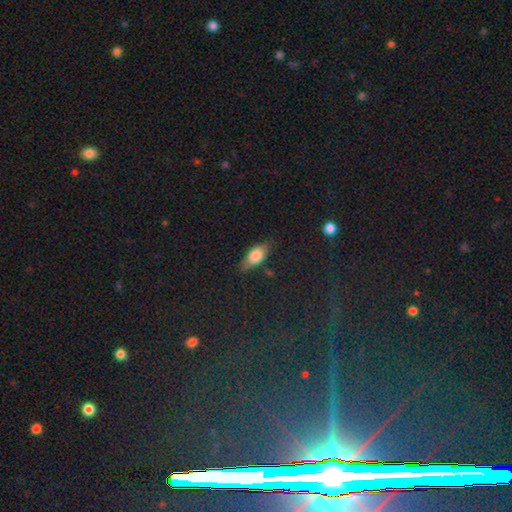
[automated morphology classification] Smooth or featured? smooth (73%)
How rounded? in between (81%)
Merging? none (77%)